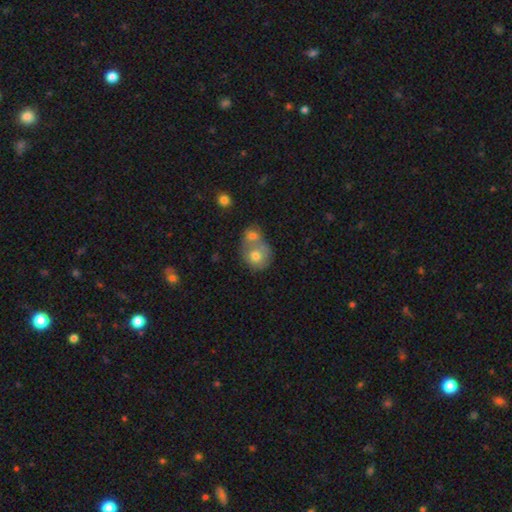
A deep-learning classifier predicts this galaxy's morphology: smooth_or_featured: smooth (p=0.70) [alt: featured or disk p=0.20]
how_rounded: round (p=0.76) [alt: in between p=0.23]
merging: merger (p=0.60) [alt: none p=0.29]